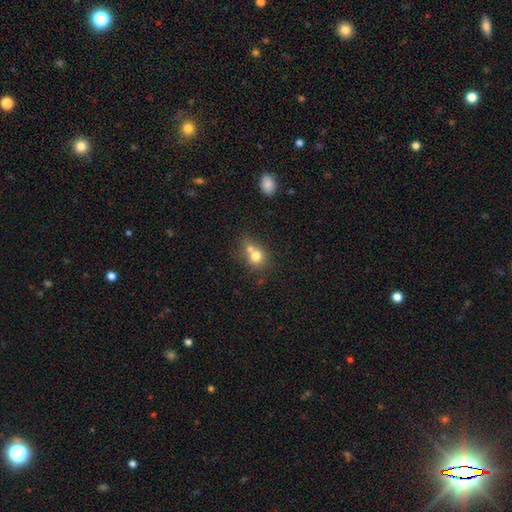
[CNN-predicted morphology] Smooth or featured: smooth — 73% (featured or disk — 16%)
How rounded: round — 74% (in between — 25%)
Merging: merger — 55% (none — 34%)